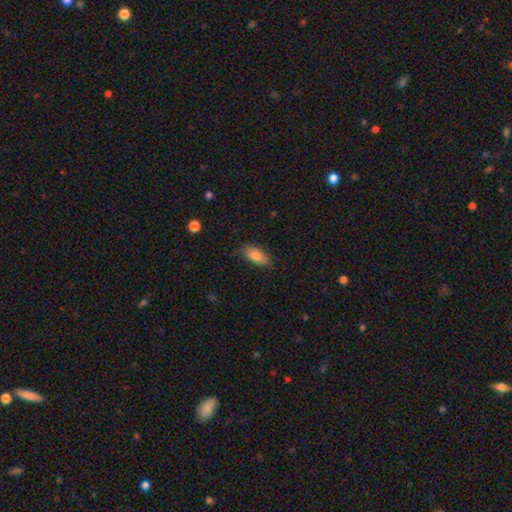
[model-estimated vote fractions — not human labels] smooth 84%, featured or disk 9%, star or artifact 7%. Down the decision tree: how rounded — in between (85%); merging — none (74%).